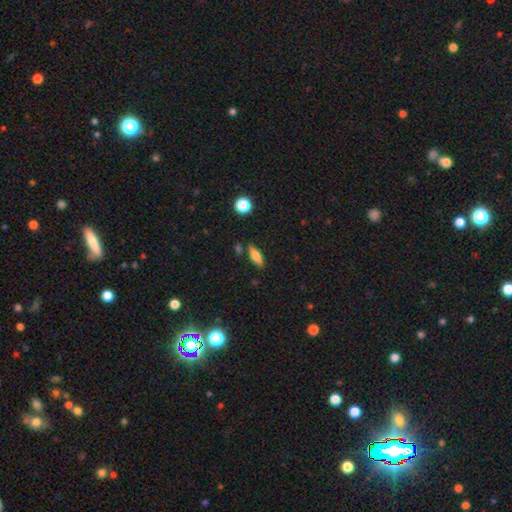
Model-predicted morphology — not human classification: smooth 70%, featured or disk 21%, star or artifact 9%. Down the decision tree: how rounded — in between (58%); merging — none (82%).